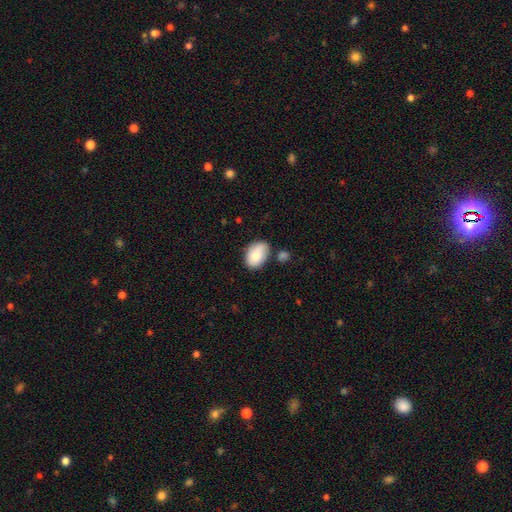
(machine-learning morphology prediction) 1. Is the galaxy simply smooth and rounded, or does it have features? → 81% smooth, 12% featured or disk, 7% star or artifact.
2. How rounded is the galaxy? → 85% in between, 14% round, 1% cigar-shaped.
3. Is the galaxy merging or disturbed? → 63% none, 23% minor disturbance, 8% merger, 5% major disturbance.